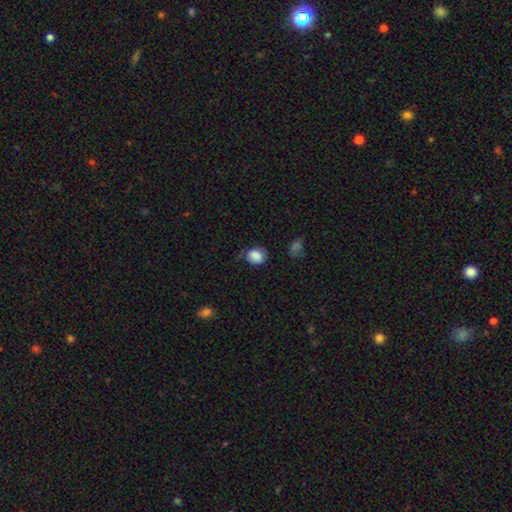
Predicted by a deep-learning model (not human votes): Smooth or featured: smooth — 85% (star or artifact — 9%)
How rounded: round — 65% (in between — 34%)
Merging: none — 61% (minor disturbance — 27%)